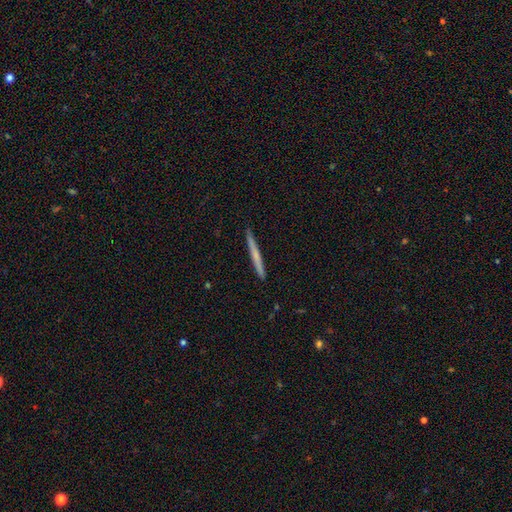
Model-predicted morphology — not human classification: Smooth or featured? smooth (50%)
How rounded? cigar-shaped (97%)
Merging? none (92%)